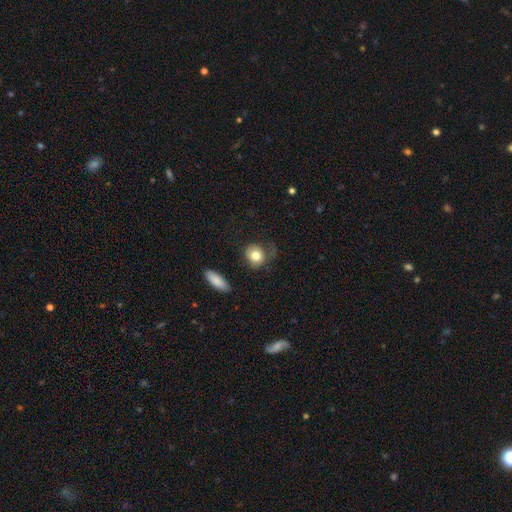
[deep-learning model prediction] Smooth or featured? smooth (80%)
How rounded? round (71%)
Merging? none (45%)